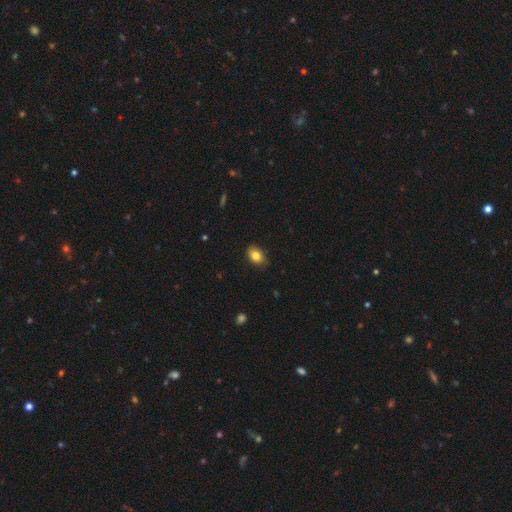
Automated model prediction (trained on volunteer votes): Morphology: type=smooth (83%); roundness=in between (82%); merging=none (84%).